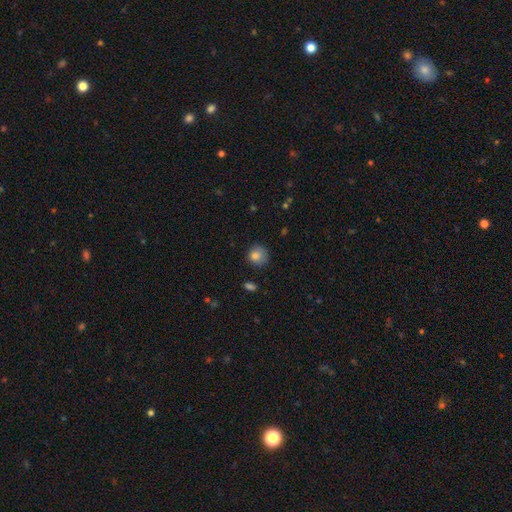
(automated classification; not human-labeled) Smooth or featured?
  - smooth: 83% *
  - star or artifact: 10%
  - featured or disk: 7%
How rounded?
  - round: 89% *
  - in between: 10%
  - cigar-shaped: 1%
Merging?
  - none: 79% *
  - minor disturbance: 16%
  - major disturbance: 3%
  - merger: 2%